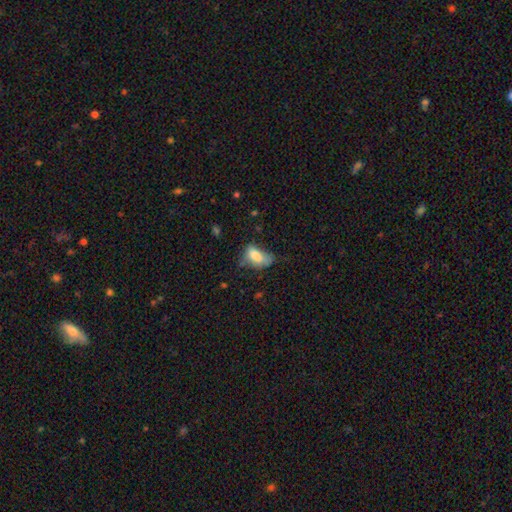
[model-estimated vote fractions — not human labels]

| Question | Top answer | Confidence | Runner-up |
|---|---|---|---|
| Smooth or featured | smooth | 75% | featured or disk (16%) |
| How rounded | in between | 89% | round (6%) |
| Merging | minor disturbance | 37% | none (31%) |